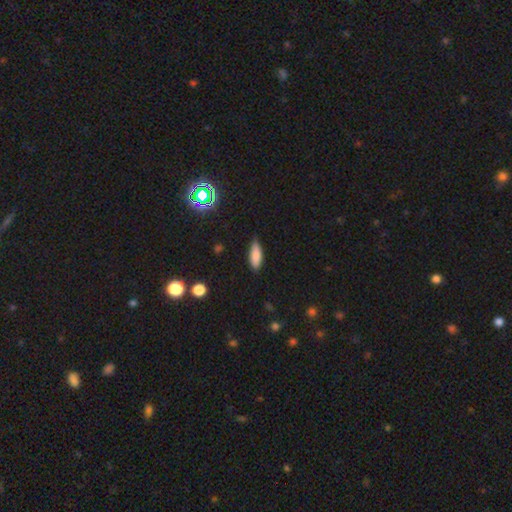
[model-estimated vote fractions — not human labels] The model was most divided on "how rounded": in between: 70%, cigar-shaped: 28%, round: 2%. More confident: smooth or featured — smooth (83%); merging — none (79%).